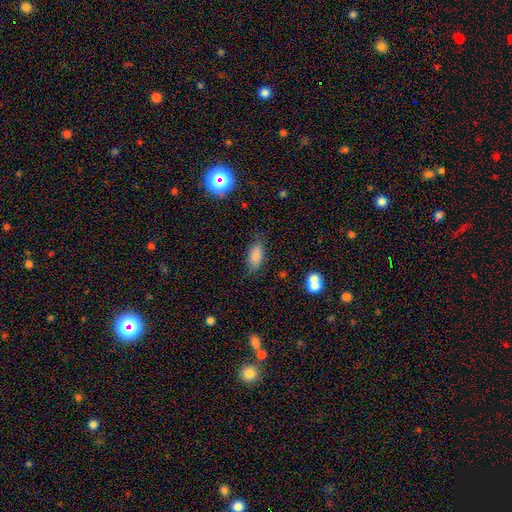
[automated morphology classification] The model was most divided on "merging": none: 77%, minor disturbance: 16%, major disturbance: 4%, merger: 3%. More confident: how rounded — in between (85%); smooth or featured — smooth (84%).